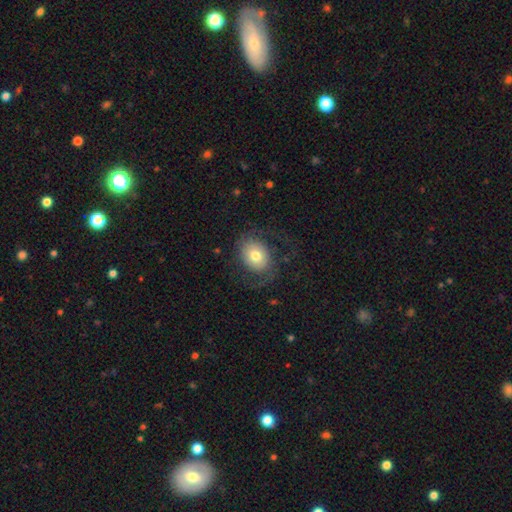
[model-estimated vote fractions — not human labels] smooth-or-featured: smooth: 54% | featured or disk: 38% | star or artifact: 9%
  how-rounded: round: 52% | in between: 47% | cigar-shaped: 1%
  merging: none: 63% | major disturbance: 21% | minor disturbance: 15% | merger: 1%